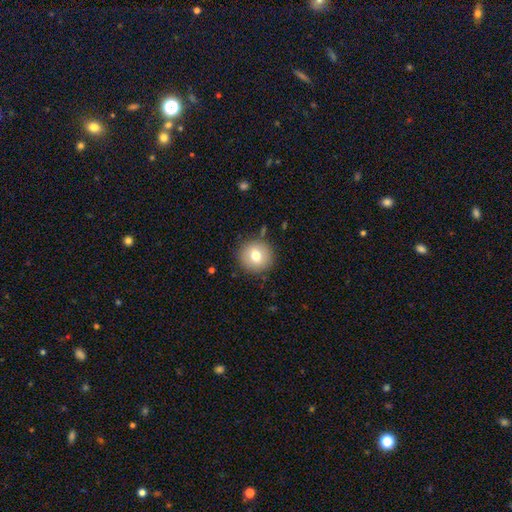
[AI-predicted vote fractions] Smooth or featured?
  - smooth: 75% *
  - featured or disk: 16%
  - star or artifact: 10%
How rounded?
  - round: 93% *
  - in between: 7%
  - cigar-shaped: 1%
Merging?
  - none: 88% *
  - minor disturbance: 8%
  - major disturbance: 3%
  - merger: 2%